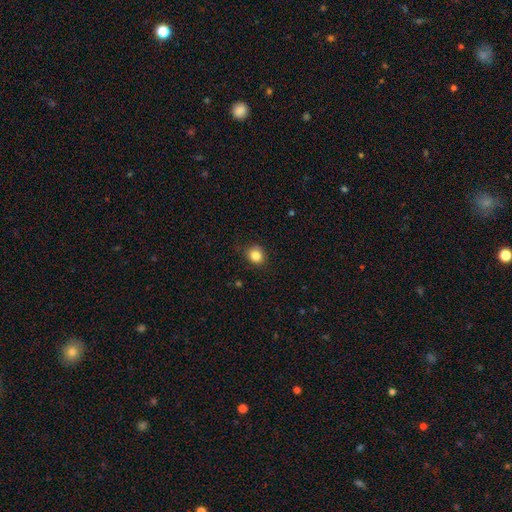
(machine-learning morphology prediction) Smooth or featured?
  - smooth: 84% *
  - star or artifact: 11%
  - featured or disk: 5%
How rounded?
  - round: 71% *
  - in between: 29%
  - cigar-shaped: 1%
Merging?
  - none: 83% *
  - minor disturbance: 13%
  - major disturbance: 3%
  - merger: 1%